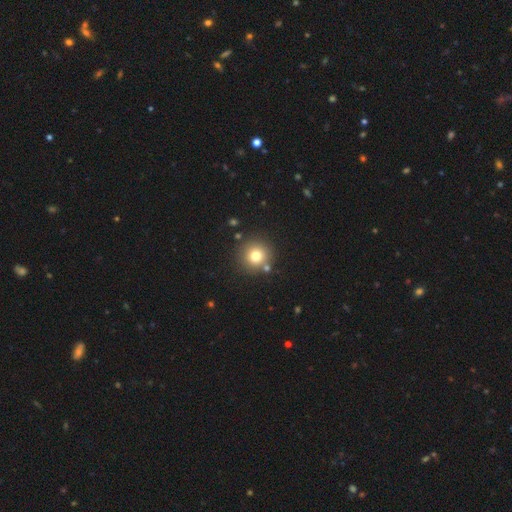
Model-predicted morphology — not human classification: smooth_or_featured: smooth (p=0.76) [alt: star or artifact p=0.14]
how_rounded: round (p=0.95) [alt: in between p=0.04]
merging: none (p=0.84) [alt: minor disturbance p=0.07]